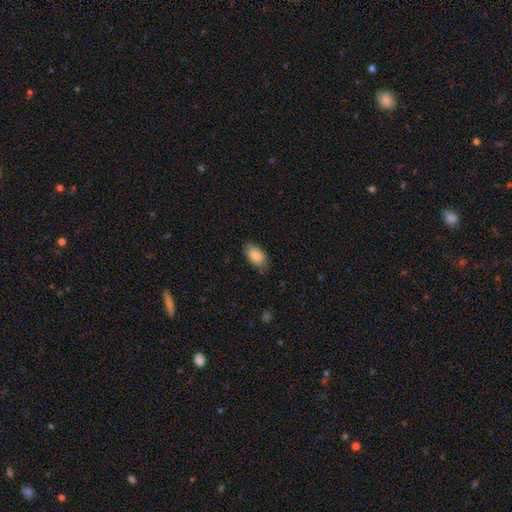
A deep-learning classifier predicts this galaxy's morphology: This appears to be a smooth galaxy with no disk features (84%) that is in between round and cigar-shaped (92%). Merging: none (76%).